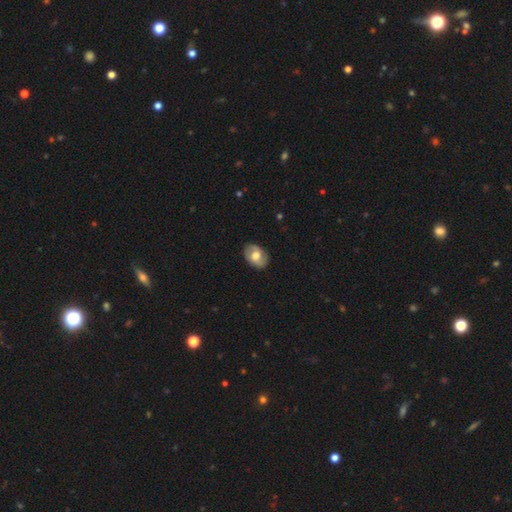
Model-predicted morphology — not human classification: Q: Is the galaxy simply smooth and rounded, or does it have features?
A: smooth — 51%.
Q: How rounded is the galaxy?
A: in between — 80%.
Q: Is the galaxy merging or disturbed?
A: none — 84%.